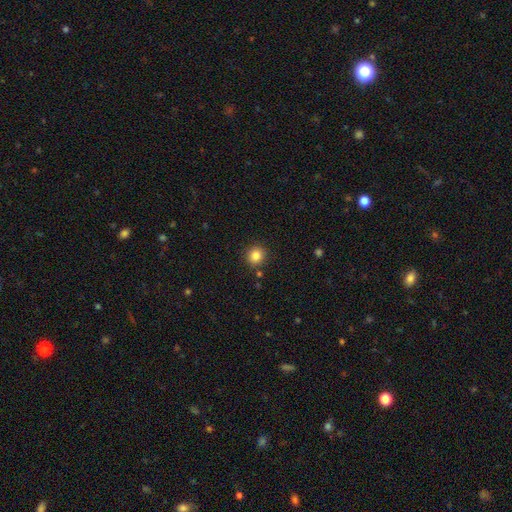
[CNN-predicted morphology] This is clearly a smooth galaxy (84%). How rounded: clearly round (89%). Merging: clearly none (88%).